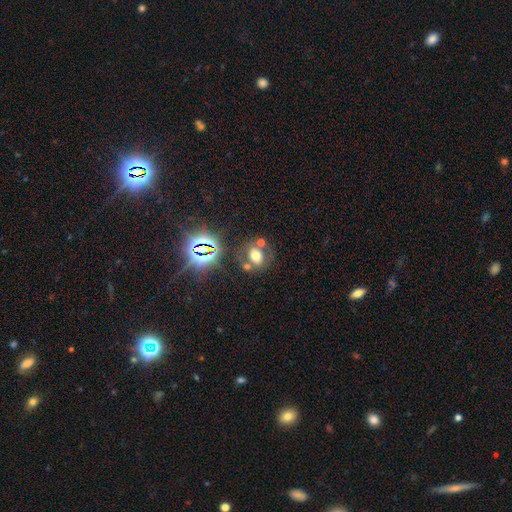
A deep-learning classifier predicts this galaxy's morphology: type=smooth (57%); roundness=round (51%); merging=none (61%).